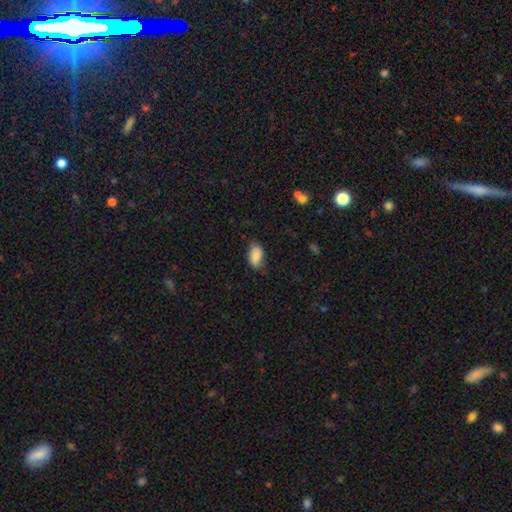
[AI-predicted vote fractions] smooth 85%, star or artifact 7%, featured or disk 7%. Down the decision tree: how rounded — in between (92%); merging — none (68%).